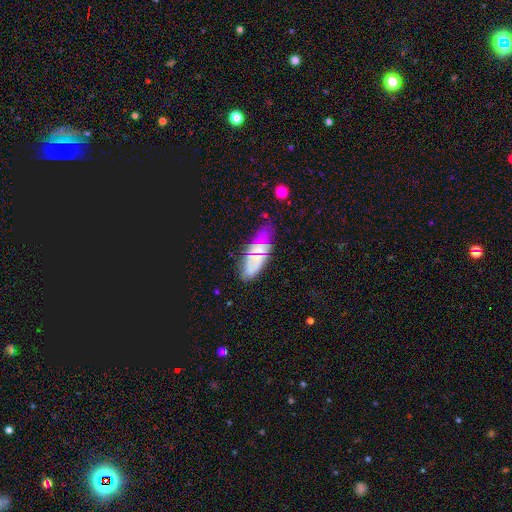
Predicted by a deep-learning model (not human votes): smooth_or_featured: featured or disk (p=0.39) [alt: smooth p=0.37]
merging: none (p=0.63) [alt: minor disturbance p=0.22]